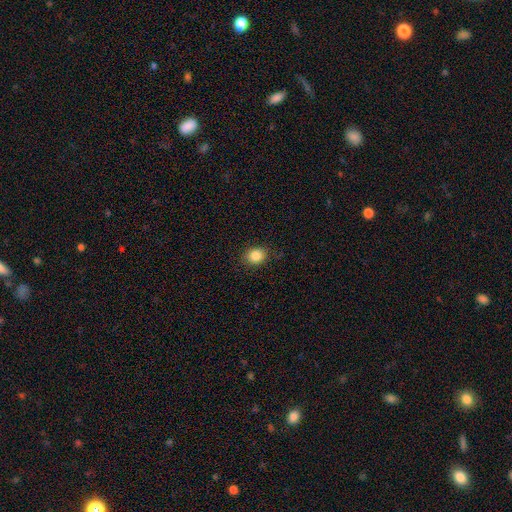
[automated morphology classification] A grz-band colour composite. It shows a smooth galaxy with no disk features (86%) that is round (63%). Merging: none (85%).